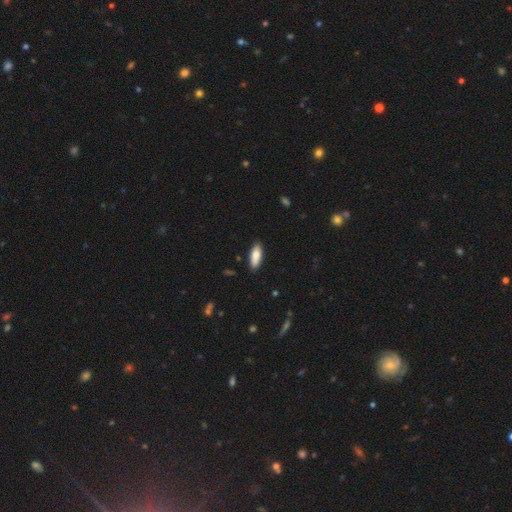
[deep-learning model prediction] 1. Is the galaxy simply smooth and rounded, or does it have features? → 83% smooth, 11% featured or disk, 6% star or artifact.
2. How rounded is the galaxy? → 69% in between, 29% cigar-shaped, 2% round.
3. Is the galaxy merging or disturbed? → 87% none, 10% minor disturbance, 2% major disturbance, 1% merger.